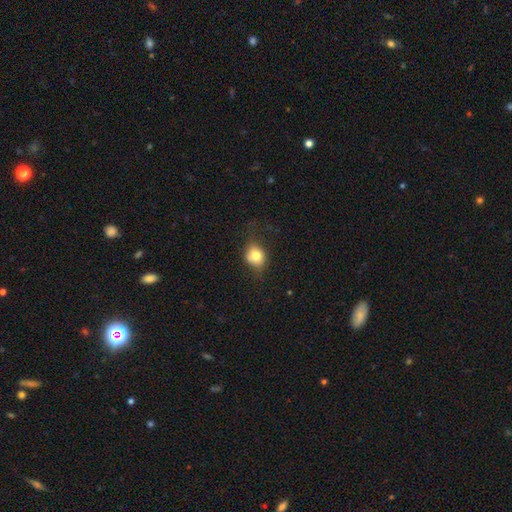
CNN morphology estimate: A smooth galaxy with no disk features (76%) that is round (55%).

Vote fractions:
- Smooth or featured? smooth: 76% / featured or disk: 14% / star or artifact: 10%
- How rounded? round: 55% / in between: 44% / cigar-shaped: 1%
- Merging? none: 63% / minor disturbance: 25% / major disturbance: 10% / merger: 2%